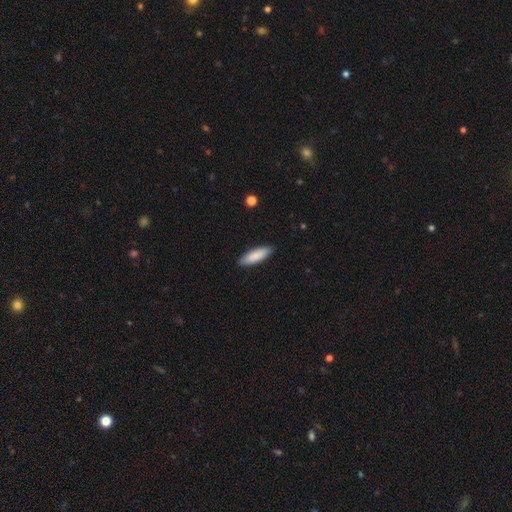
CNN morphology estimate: Smooth or featured: smooth — 88% (featured or disk — 6%)
How rounded: in between — 49% (tied with cigar-shaped — 49%)
Merging: none — 89% (minor disturbance — 8%)